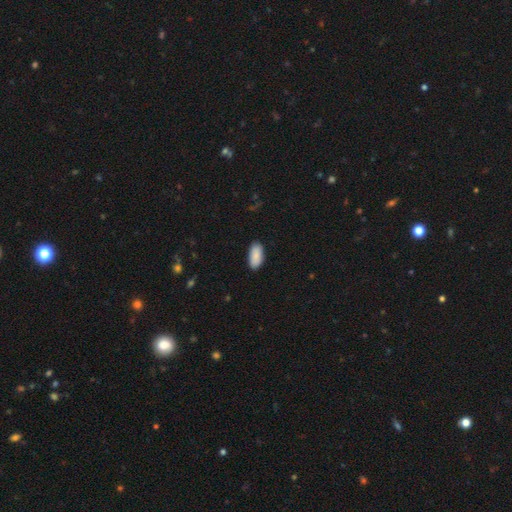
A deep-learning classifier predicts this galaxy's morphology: A smooth galaxy with no disk features (90%) that is in between round and cigar-shaped (92%). Merging: none (88%).